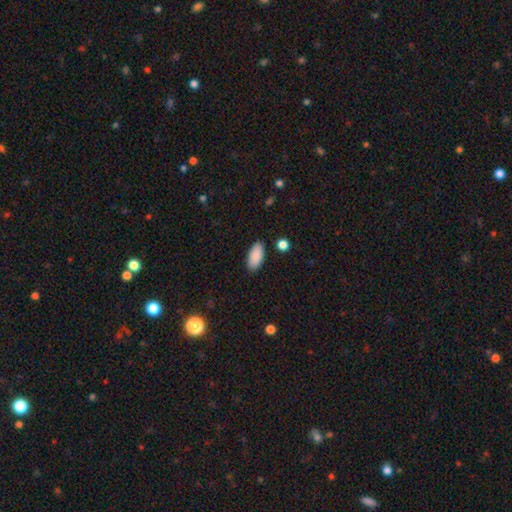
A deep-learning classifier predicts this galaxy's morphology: Overall: smooth (90%). How rounded: in between (91%). Merging: none (88%).